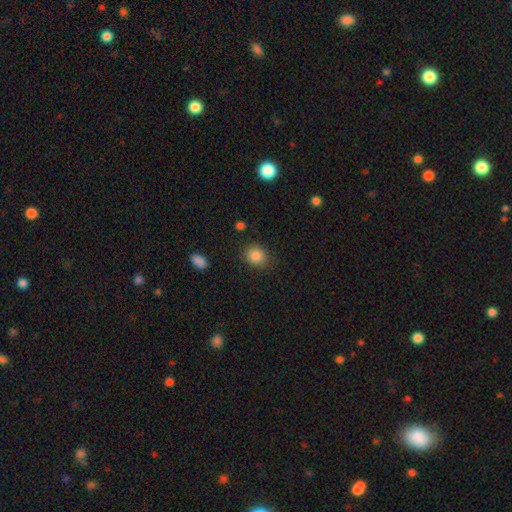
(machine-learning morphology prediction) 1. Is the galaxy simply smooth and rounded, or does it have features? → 86% smooth, 9% star or artifact, 5% featured or disk.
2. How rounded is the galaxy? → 67% round, 32% in between, 1% cigar-shaped.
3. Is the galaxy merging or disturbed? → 84% none, 11% minor disturbance, 3% major disturbance, 2% merger.